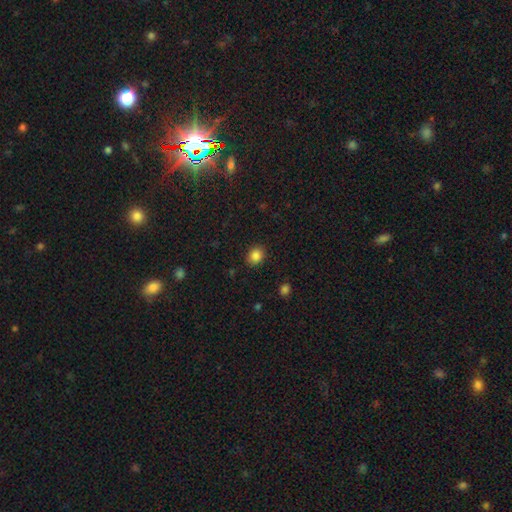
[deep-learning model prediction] Morphology: type=smooth (85%); roundness=round (62%); merging=none (88%).